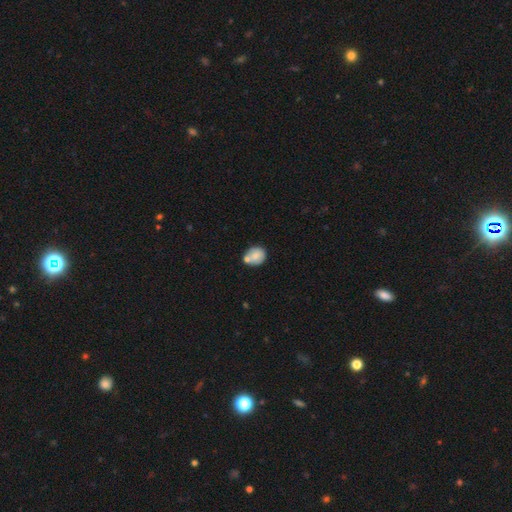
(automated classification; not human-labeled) Smooth or featured? smooth (74%)
How rounded? round (67%)
Merging? none (55%)